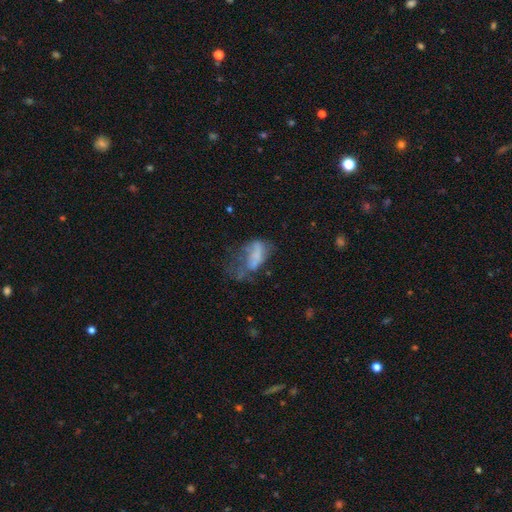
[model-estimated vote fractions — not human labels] Smooth or featured? smooth (50%)
Merging? major disturbance (49%)